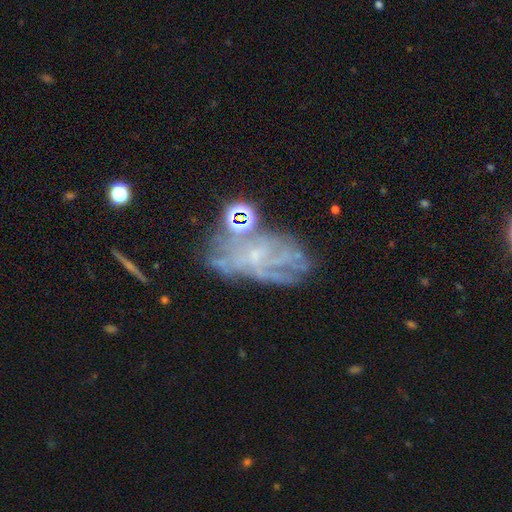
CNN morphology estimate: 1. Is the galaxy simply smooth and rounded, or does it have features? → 67% featured or disk, 18% star or artifact, 16% smooth.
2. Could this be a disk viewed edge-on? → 95% no, 5% yes.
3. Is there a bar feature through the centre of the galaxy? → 71% no, 23% weak, 6% strong.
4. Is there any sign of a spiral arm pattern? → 64% yes, 36% no.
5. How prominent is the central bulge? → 65% small, 23% none, 10% moderate, 1% large, 1% dominant.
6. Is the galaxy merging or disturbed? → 49% none, 20% major disturbance, 20% minor disturbance, 10% merger.